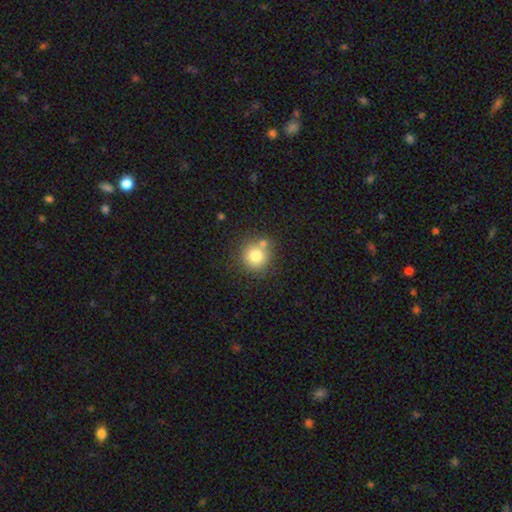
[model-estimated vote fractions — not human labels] Smooth or featured: smooth — 78% (star or artifact — 11%)
How rounded: round — 90% (in between — 9%)
Merging: none — 65% (merger — 18%)